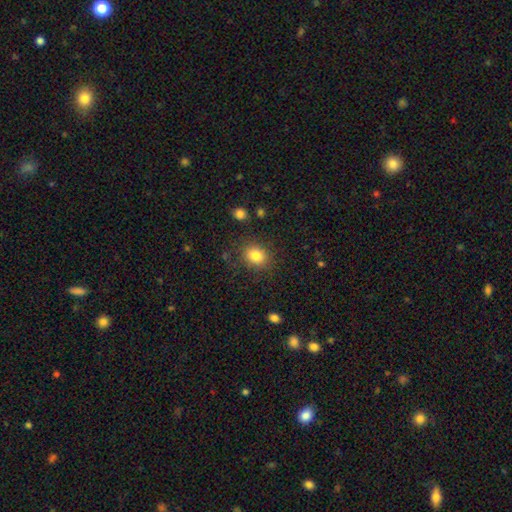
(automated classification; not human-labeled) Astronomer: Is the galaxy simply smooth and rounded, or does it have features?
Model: smooth — 83%.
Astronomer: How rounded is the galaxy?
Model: round — 64%.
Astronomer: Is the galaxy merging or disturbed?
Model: none — 84%.